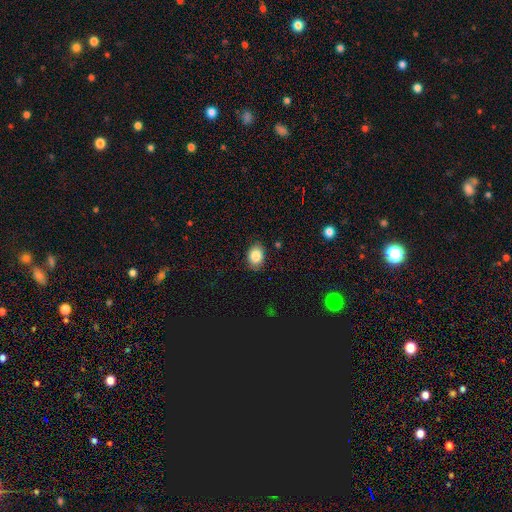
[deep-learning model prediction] Q: Smooth or featured?
A: smooth (85%); runner-up: star or artifact (9%)
Q: How rounded?
A: in between (66%); runner-up: round (33%)
Q: Merging?
A: none (84%); runner-up: minor disturbance (13%)